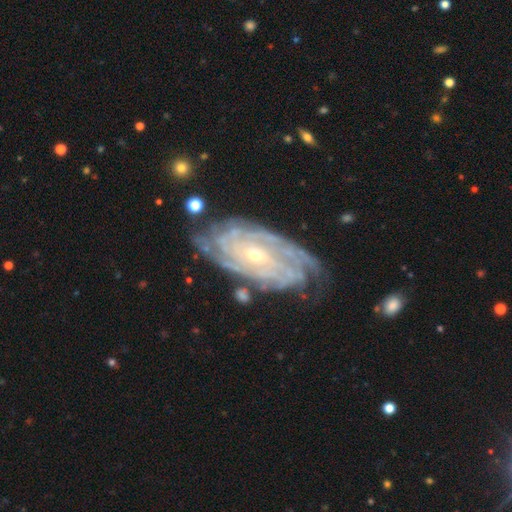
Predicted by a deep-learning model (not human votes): Smooth or featured: featured or disk — 91% (star or artifact — 5%)
Edge-on disk: no — 95% (yes — 5%)
Bar: no — 55% (weak — 31%)
Spiral arms: yes — 98% (no — 2%)
Spiral winding: tight — 81% (medium — 16%)
Spiral arm count: 4 — 27% (can't tell — 24%)
Bulge size: small — 72% (moderate — 25%)
Merging: none — 74% (minor disturbance — 18%)